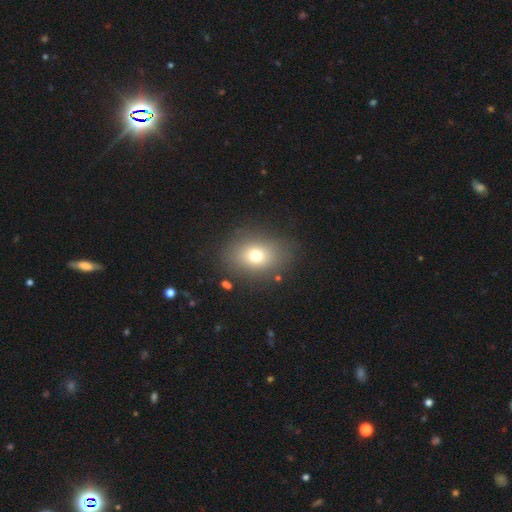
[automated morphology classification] type=smooth (73%); roundness=in between (69%); merging=none (83%).